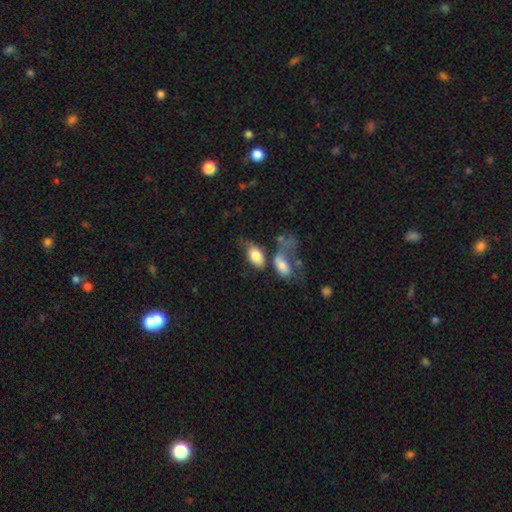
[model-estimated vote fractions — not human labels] smooth-or-featured: smooth: 75% | featured or disk: 18% | star or artifact: 7%
  how-rounded: in between: 89% | round: 8% | cigar-shaped: 2%
  merging: merger: 37% | major disturbance: 24% | none: 22% | minor disturbance: 16%